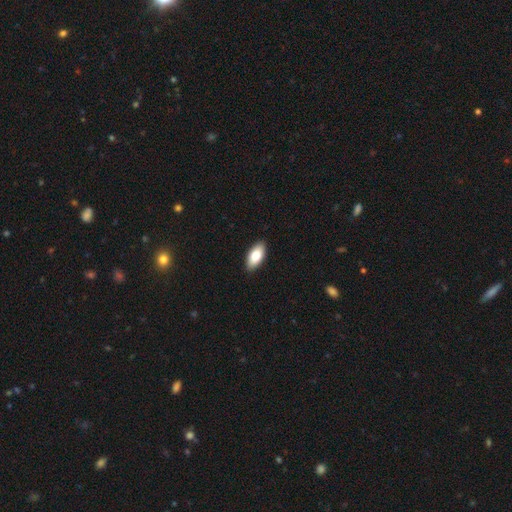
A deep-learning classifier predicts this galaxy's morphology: A smooth galaxy with no disk features (80%) that is in between round and cigar-shaped (91%). Merging: none (90%).